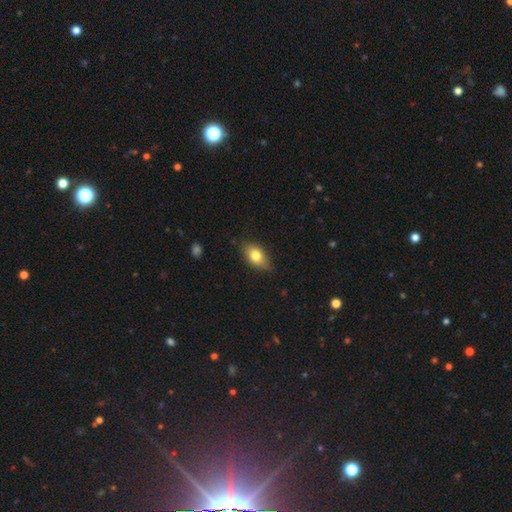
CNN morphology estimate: Overall: smooth (76%). How rounded: in between (83%). Merging: none (77%).